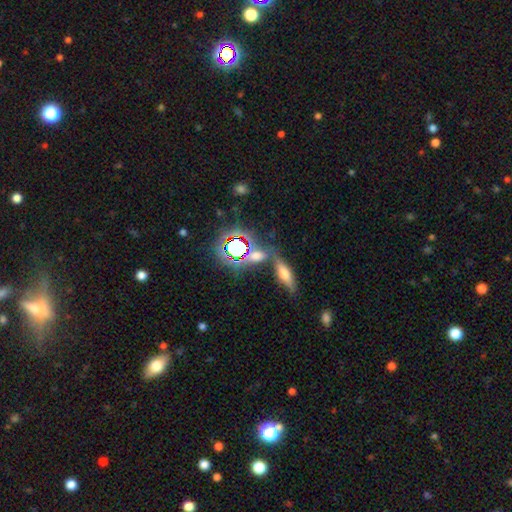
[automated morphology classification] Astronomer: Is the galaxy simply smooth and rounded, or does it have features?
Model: star or artifact — 46% (runner-up: smooth, 38%).